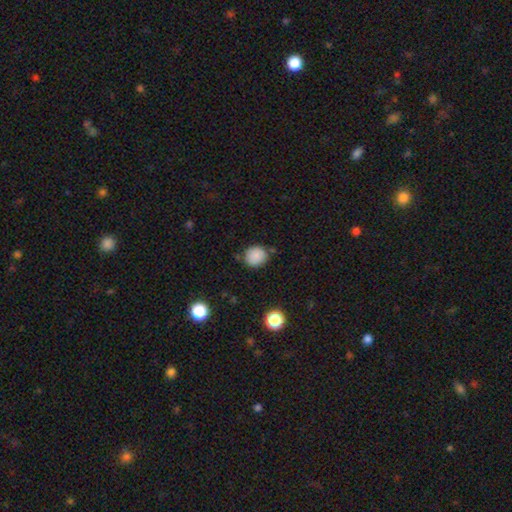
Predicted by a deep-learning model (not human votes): Morphology: type=smooth (86%); roundness=round (84%); merging=none (78%).